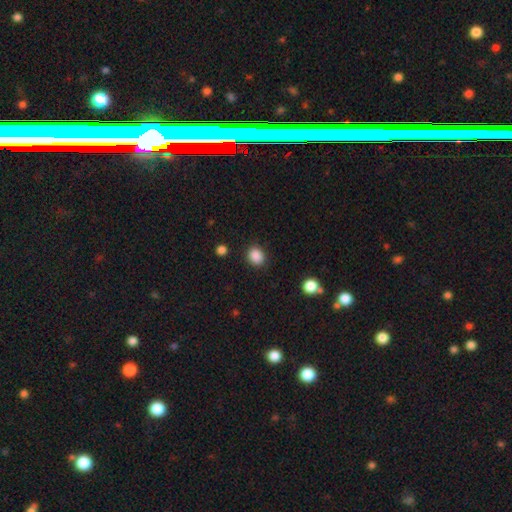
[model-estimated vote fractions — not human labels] Smooth or featured? smooth (88%)
How rounded? round (59%)
Merging? none (87%)